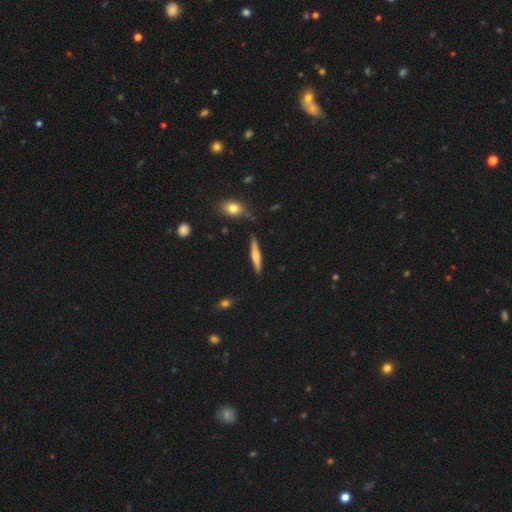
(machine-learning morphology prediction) type=smooth (50%); merging=none (85%).